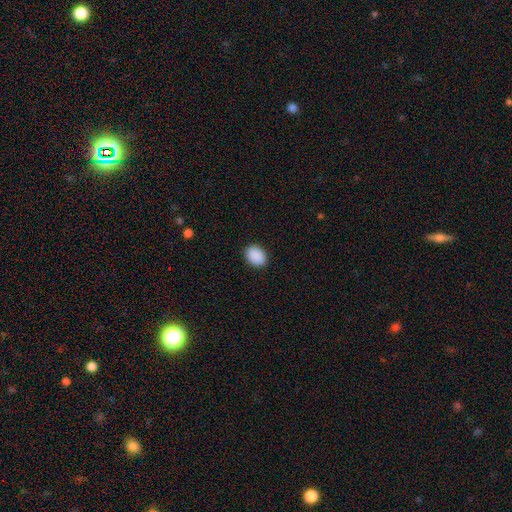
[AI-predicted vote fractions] Overall: smooth (90%). How rounded: in between (68%; round 31%). Merging: none (90%).